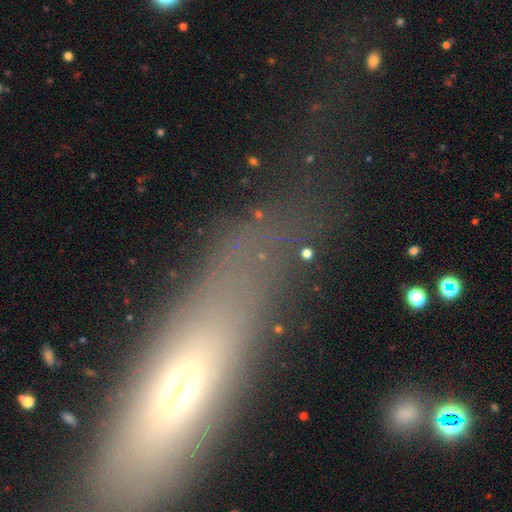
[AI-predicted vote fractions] Smooth or featured: smooth — 49% (featured or disk — 32%)
Merging: none — 56% (major disturbance — 22%)